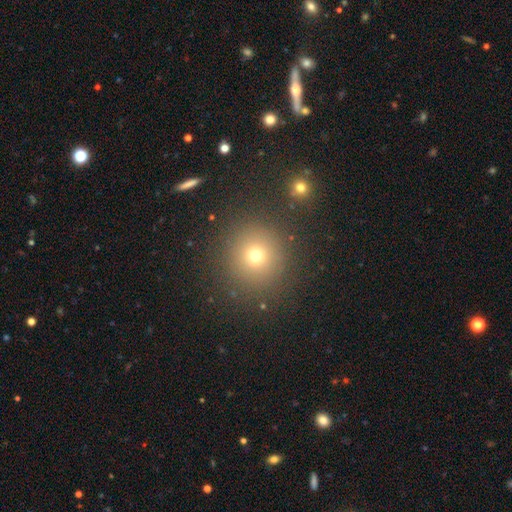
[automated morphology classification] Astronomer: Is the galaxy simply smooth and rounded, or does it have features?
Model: smooth — 71%.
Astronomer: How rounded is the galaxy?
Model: round — 89%.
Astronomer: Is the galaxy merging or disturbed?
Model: none — 87%.